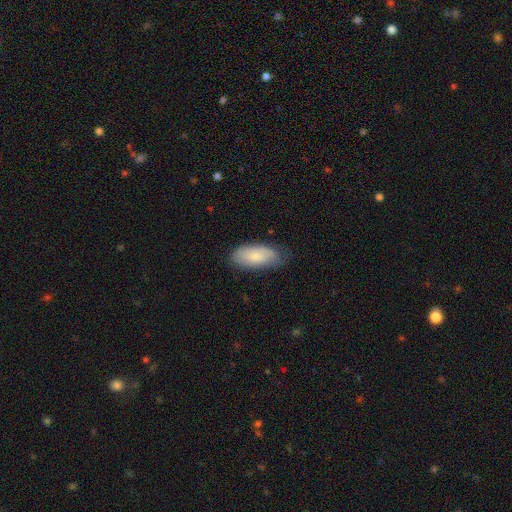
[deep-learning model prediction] This is likely a smooth galaxy (77%). How rounded: clearly in between (88%). Merging: likely none (65%).